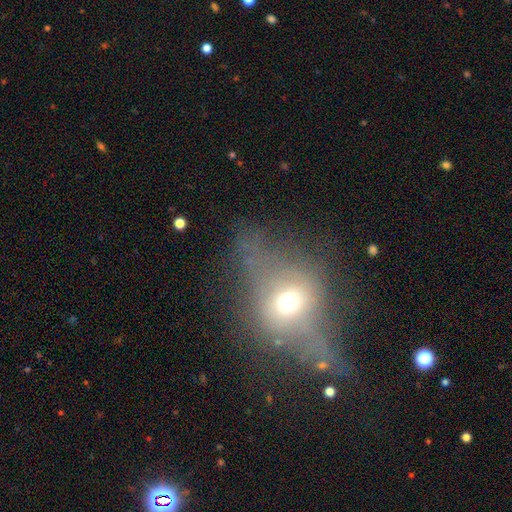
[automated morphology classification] This appears to be a featured or disk galaxy (43%). Merging: none (39%).